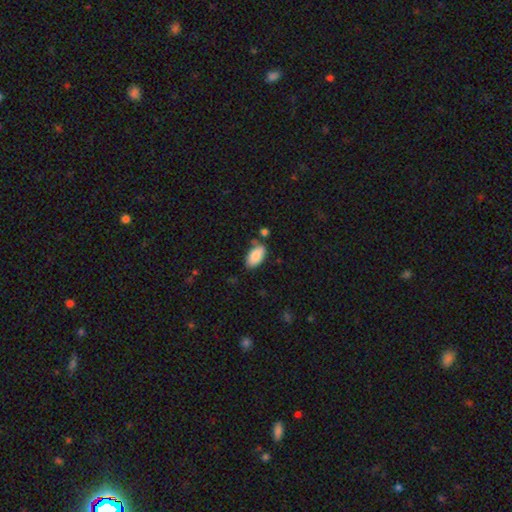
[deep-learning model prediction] A smooth galaxy with no disk features (87%) that is in between round and cigar-shaped (94%). Merging: none (72%).